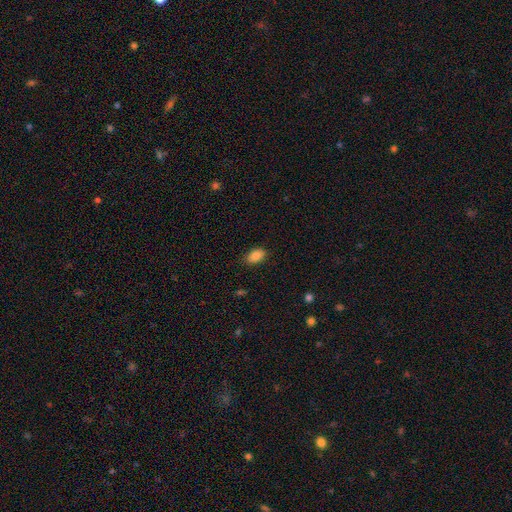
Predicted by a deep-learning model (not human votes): This is clearly a smooth galaxy (85%). How rounded: clearly in between (90%). Merging: clearly none (85%).